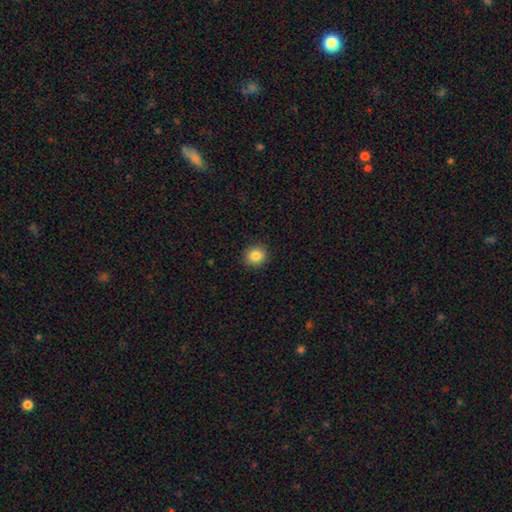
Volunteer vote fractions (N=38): Q: Smooth or featured?
A: smooth (82%); runner-up: featured or disk (11%)
Q: How rounded?
A: round (74%); runner-up: in between (26%)
Q: Merging?
A: none (86%); runner-up: minor disturbance (11%)